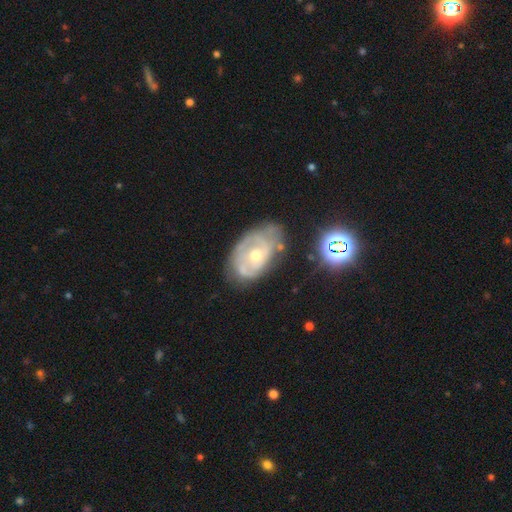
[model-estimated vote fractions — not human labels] This is likely a featured or disk galaxy (76%). It is clearly not viewed edge-on (96%). Bar: likely no (72%). Spiral arm pattern: clearly yes (80%). Spiral arm count: marginally can't tell (42%). Spiral winding: possibly tight (58%). Central bulge: possibly moderate (54%). Merging: possibly none (56%).